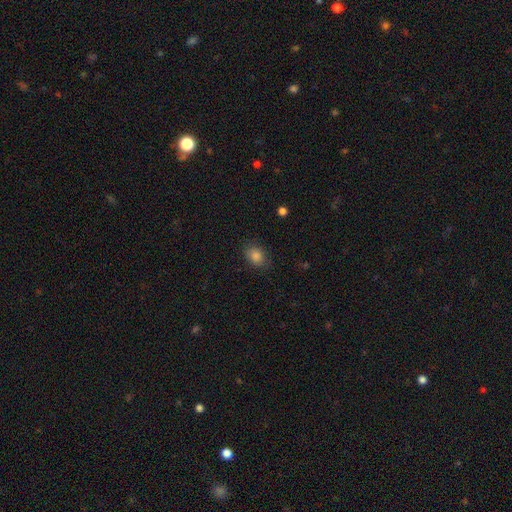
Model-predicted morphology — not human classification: This is clearly a smooth galaxy (84%). How rounded: likely in between (66%). Merging: clearly none (82%).